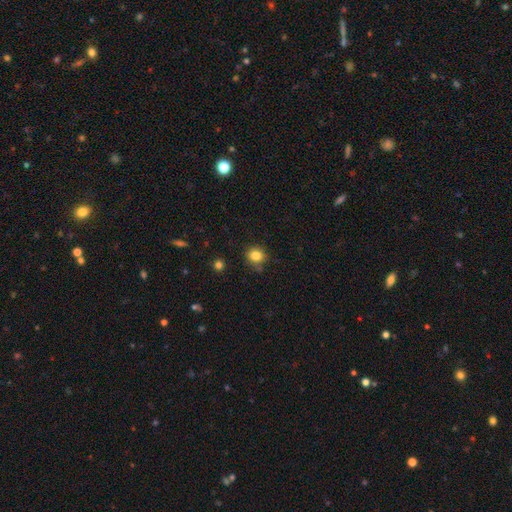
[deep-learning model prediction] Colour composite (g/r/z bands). It shows a smooth galaxy with no disk features (84%) that is round (80%). Merging: none (81%).